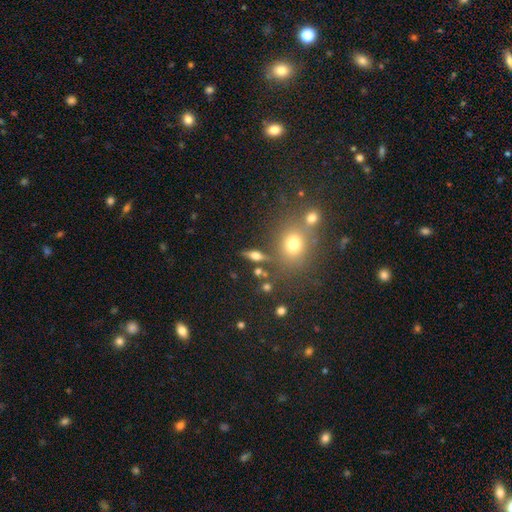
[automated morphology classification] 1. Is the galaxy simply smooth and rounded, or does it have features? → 46% featured or disk, 39% smooth, 14% star or artifact.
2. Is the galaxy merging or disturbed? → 77% none, 11% minor disturbance, 7% merger, 5% major disturbance.